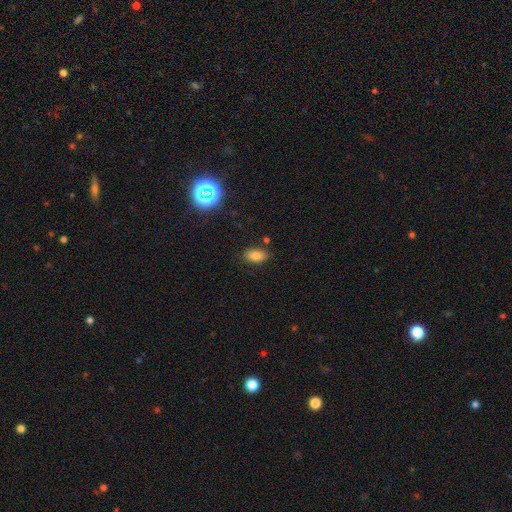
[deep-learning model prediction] Overall: smooth (80%). How rounded: in between (90%). Merging: none (83%).